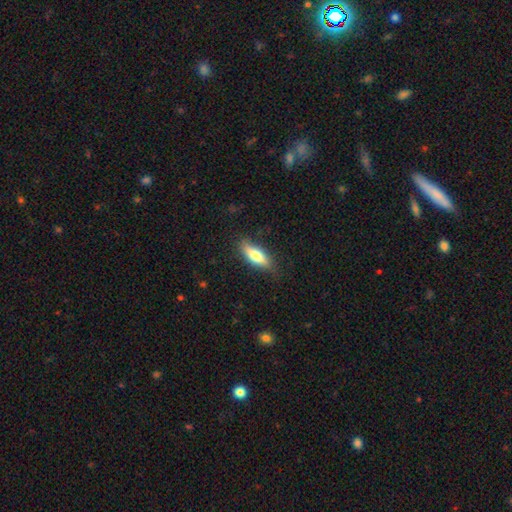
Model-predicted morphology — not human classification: A smooth galaxy with no disk features (69%) that is in between round and cigar-shaped (60%). Merging: none (79%).